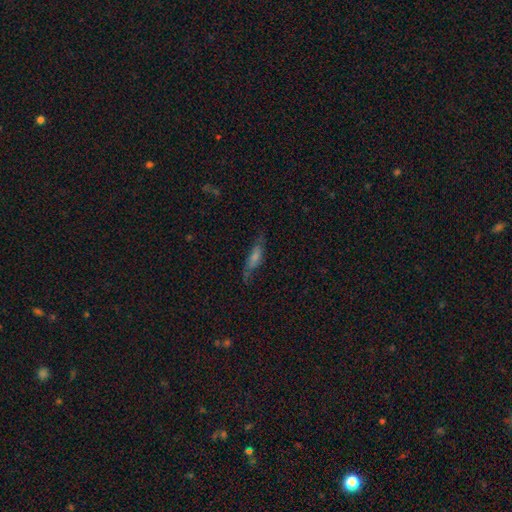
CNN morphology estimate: smooth-or-featured: smooth: 46% | featured or disk: 42% | star or artifact: 12%
  merging: none: 64% | minor disturbance: 23% | major disturbance: 10% | merger: 2%